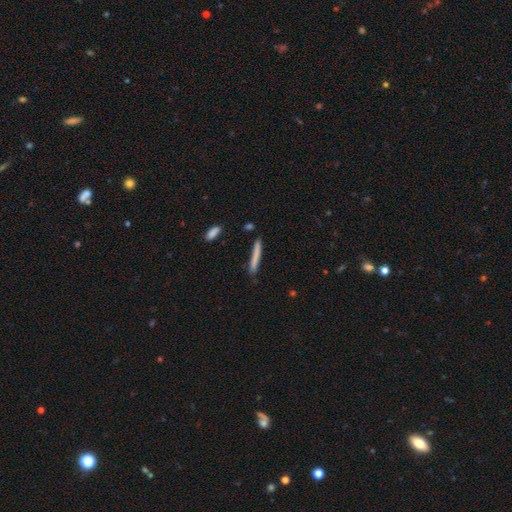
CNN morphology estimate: type=smooth (76%); roundness=cigar-shaped (96%); merging=none (84%).